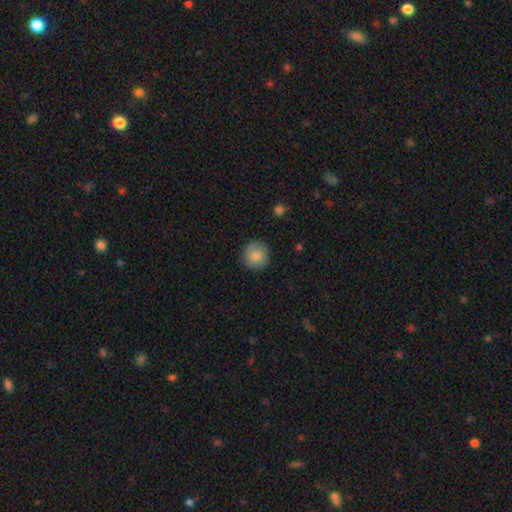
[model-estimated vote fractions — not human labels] A smooth galaxy with no disk features (76%) that is round (92%). Merging: none (82%).